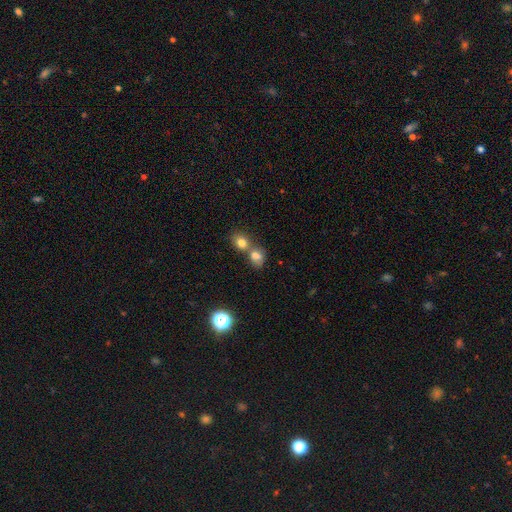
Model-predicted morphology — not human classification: type=smooth (76%); roundness=round (54%); merging=merger (54%).